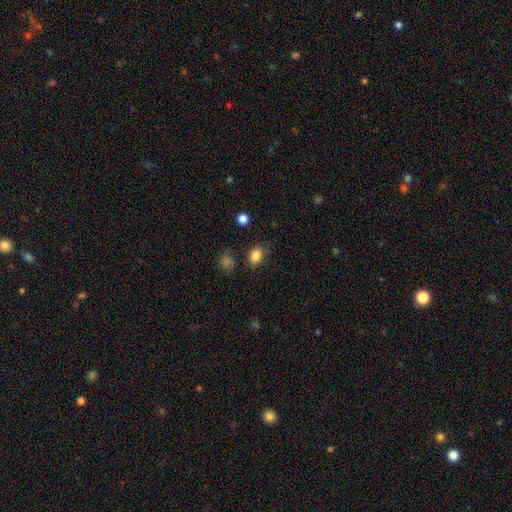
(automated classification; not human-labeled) Smooth or featured?
  - smooth: 84% *
  - star or artifact: 11%
  - featured or disk: 5%
How rounded?
  - in between: 54% *
  - round: 45%
  - cigar-shaped: 1%
Merging?
  - none: 73% *
  - minor disturbance: 19%
  - major disturbance: 5%
  - merger: 4%